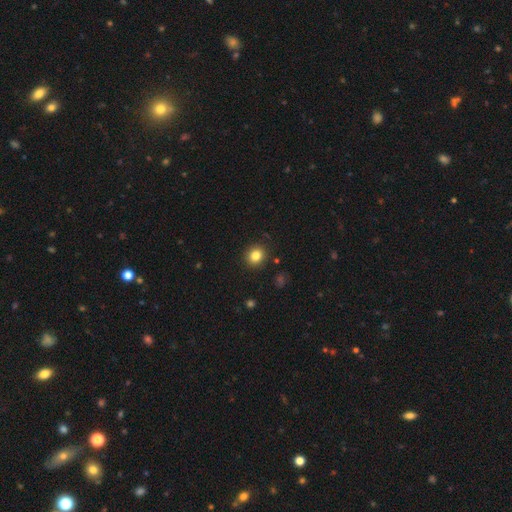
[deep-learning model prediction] Q: Smooth or featured?
A: smooth (83%); runner-up: star or artifact (11%)
Q: How rounded?
A: round (84%); runner-up: in between (16%)
Q: Merging?
A: none (90%); runner-up: minor disturbance (6%)